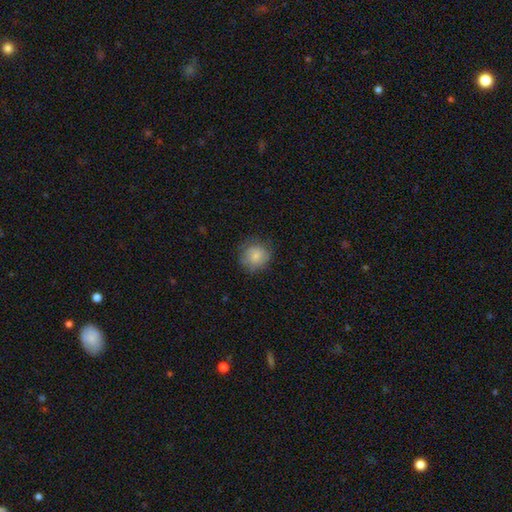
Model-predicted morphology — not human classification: A smooth galaxy with no disk features (81%) that is round (87%). Merging: none (76%).